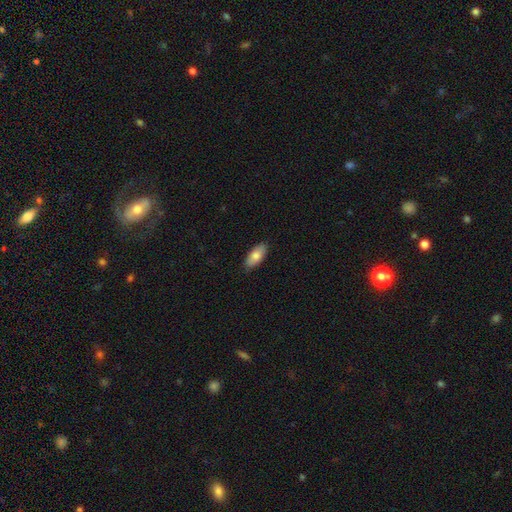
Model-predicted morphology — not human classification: A smooth galaxy with no disk features (78%) that is in between round and cigar-shaped (87%).

Vote fractions:
- Smooth or featured? smooth: 78% / featured or disk: 16% / star or artifact: 6%
- How rounded? in between: 87% / cigar-shaped: 11% / round: 2%
- Merging? none: 88% / minor disturbance: 9% / major disturbance: 2% / merger: 1%